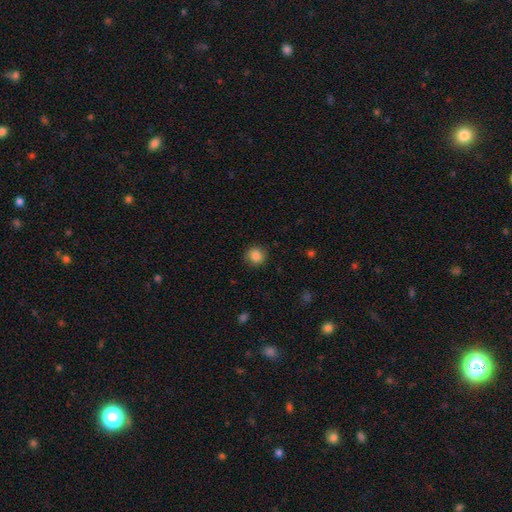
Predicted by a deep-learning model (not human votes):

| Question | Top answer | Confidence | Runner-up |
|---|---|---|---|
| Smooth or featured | smooth | 85% | star or artifact (10%) |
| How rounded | round | 91% | in between (8%) |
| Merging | none | 88% | minor disturbance (9%) |